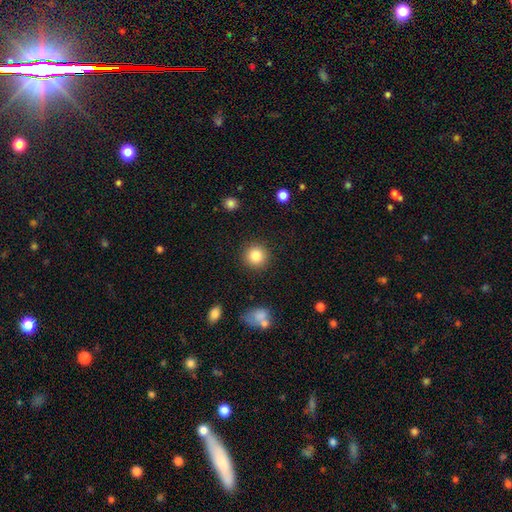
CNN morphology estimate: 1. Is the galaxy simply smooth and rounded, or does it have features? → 84% smooth, 10% star or artifact, 6% featured or disk.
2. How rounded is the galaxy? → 94% round, 5% in between, 1% cigar-shaped.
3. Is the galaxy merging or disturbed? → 89% none, 6% minor disturbance, 3% major disturbance, 2% merger.